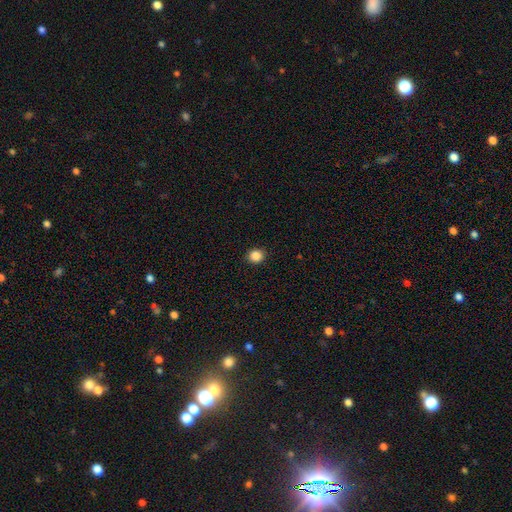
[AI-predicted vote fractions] Smooth or featured? smooth (86%)
How rounded? round (85%)
Merging? none (91%)